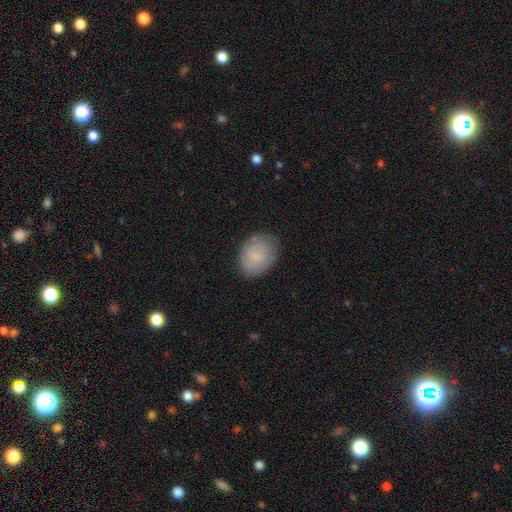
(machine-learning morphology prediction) This is likely a smooth galaxy (71%). How rounded: possibly in between (56%). Merging: likely none (73%).